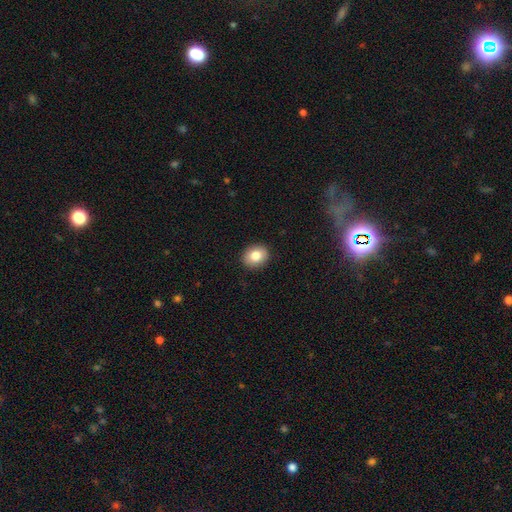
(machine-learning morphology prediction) Smooth or featured?
  - smooth: 82% *
  - featured or disk: 9%
  - star or artifact: 9%
How rounded?
  - round: 59% *
  - in between: 40%
  - cigar-shaped: 1%
Merging?
  - none: 91% *
  - minor disturbance: 7%
  - major disturbance: 2%
  - merger: 1%